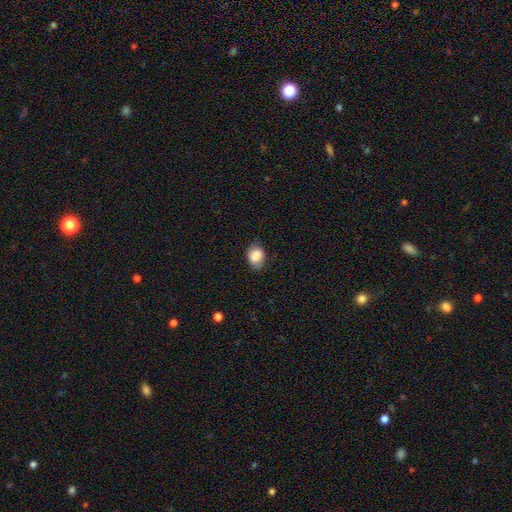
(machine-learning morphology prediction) Overall: smooth (84%). How rounded: in between (66%; round 33%). Merging: none (68%).